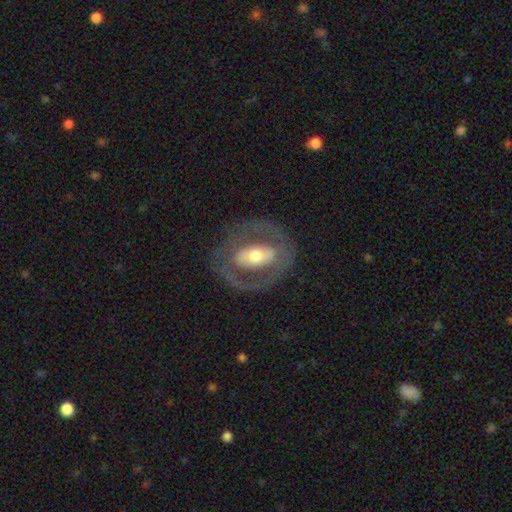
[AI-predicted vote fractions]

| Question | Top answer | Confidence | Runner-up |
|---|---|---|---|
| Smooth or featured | featured or disk | 66% | smooth (28%) |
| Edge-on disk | no | 92% | yes (8%) |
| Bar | no | 44% | strong (30%) |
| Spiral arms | no | 70% | yes (30%) |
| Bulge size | moderate | 63% | small (18%) |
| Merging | none | 74% | minor disturbance (13%) |